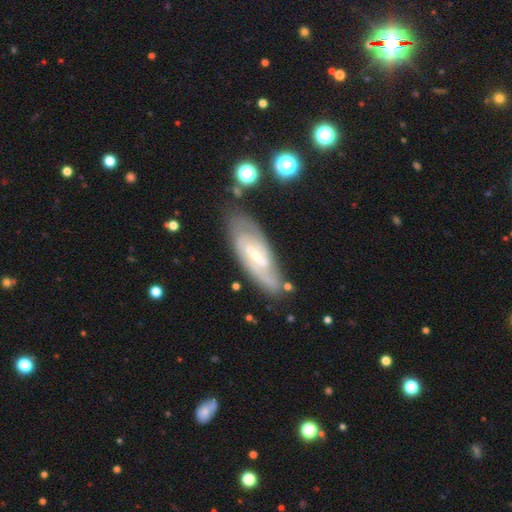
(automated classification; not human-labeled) Smooth or featured?
  - featured or disk: 75% *
  - smooth: 18%
  - star or artifact: 7%
Edge-on disk?
  - no: 85% *
  - yes: 15%
Bar?
  - strong: 46% *
  - weak: 42%
  - no: 13%
Spiral arms?
  - yes: 86% *
  - no: 14%
Spiral winding?
  - tight: 45% *
  - medium: 40%
  - loose: 15%
Spiral arm count?
  - 2: 65% *
  - can't tell: 25%
  - 1: 4%
  - 3: 4%
  - 4: 1%
  - more than 4: 1%
Bulge size?
  - small: 52% *
  - moderate: 32%
  - none: 11%
  - large: 4%
  - dominant: 1%
Merging?
  - none: 75% *
  - minor disturbance: 17%
  - major disturbance: 5%
  - merger: 3%